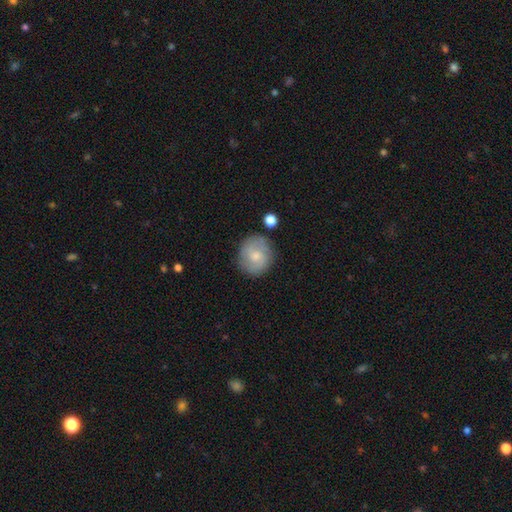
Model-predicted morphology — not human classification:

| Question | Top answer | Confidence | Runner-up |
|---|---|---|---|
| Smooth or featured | smooth | 48% | featured or disk (44%) |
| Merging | none | 77% | minor disturbance (15%) |